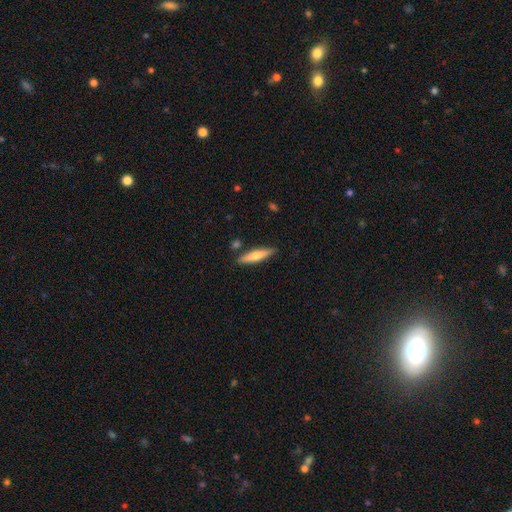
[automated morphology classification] smooth_or_featured: smooth (p=0.60) [alt: featured or disk p=0.34]
how_rounded: cigar-shaped (p=0.83) [alt: in between p=0.15]
merging: none (p=0.85) [alt: minor disturbance p=0.10]